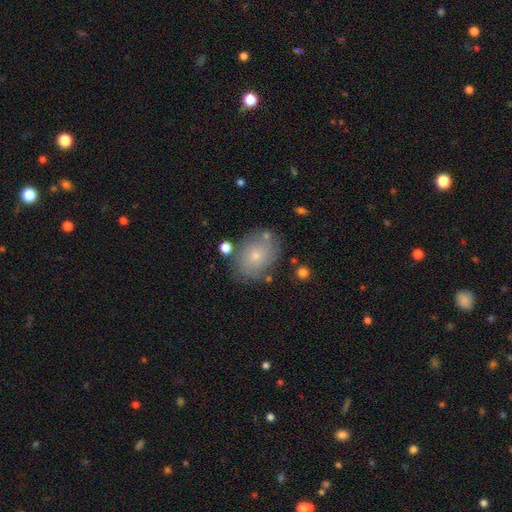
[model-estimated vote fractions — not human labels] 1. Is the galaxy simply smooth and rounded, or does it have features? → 56% smooth, 35% featured or disk, 9% star or artifact.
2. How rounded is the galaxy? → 66% in between, 33% round, 1% cigar-shaped.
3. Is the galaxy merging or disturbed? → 72% none, 18% minor disturbance, 6% major disturbance, 4% merger.